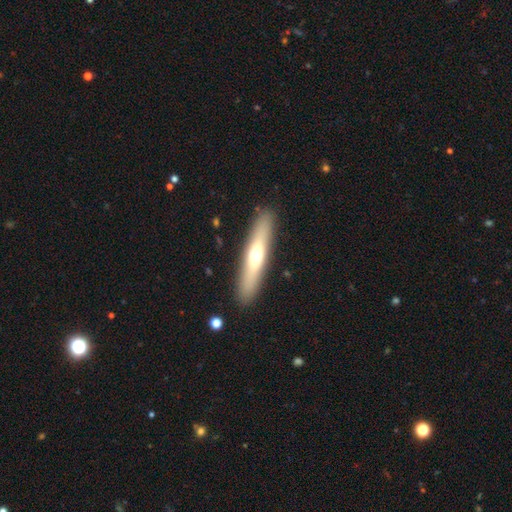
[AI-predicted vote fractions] A smooth galaxy with no disk features (51%) that is cigar-shaped (85%). Merging: none (90%).